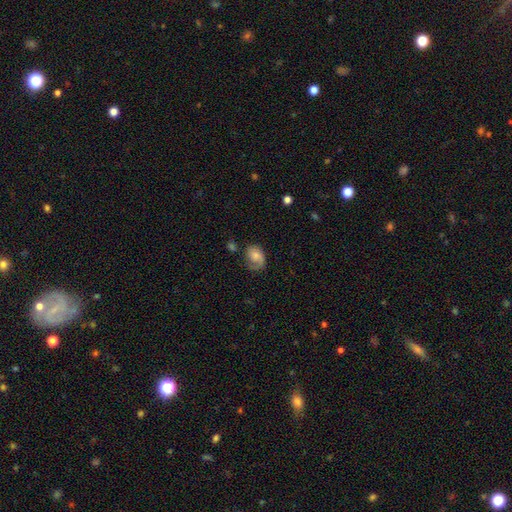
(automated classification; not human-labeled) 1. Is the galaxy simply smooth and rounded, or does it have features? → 56% smooth, 36% featured or disk, 8% star or artifact.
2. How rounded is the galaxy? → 75% in between, 24% round, 1% cigar-shaped.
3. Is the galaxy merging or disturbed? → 46% none, 28% minor disturbance, 22% major disturbance, 4% merger.